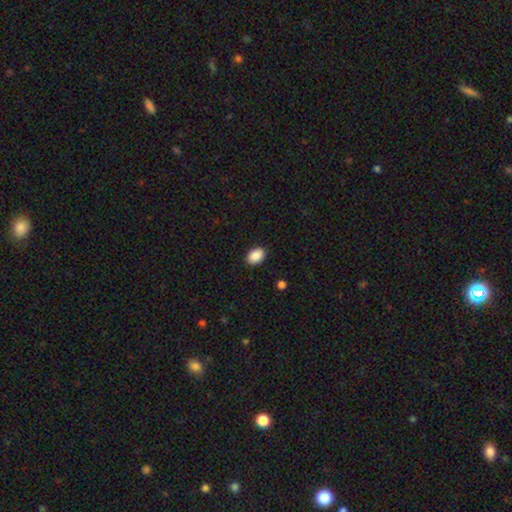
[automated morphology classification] Overall: smooth (90%). How rounded: in between (84%). Merging: none (89%).